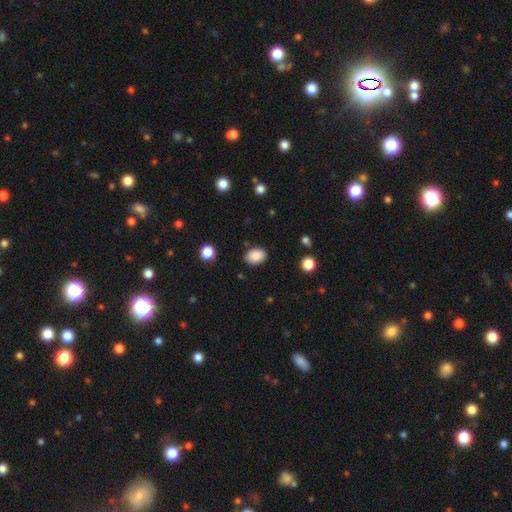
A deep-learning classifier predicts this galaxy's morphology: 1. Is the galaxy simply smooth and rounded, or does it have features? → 88% smooth, 8% star or artifact, 4% featured or disk.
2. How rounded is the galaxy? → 78% in between, 21% round, 1% cigar-shaped.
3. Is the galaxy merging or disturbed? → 85% none, 11% minor disturbance, 3% major disturbance, 2% merger.